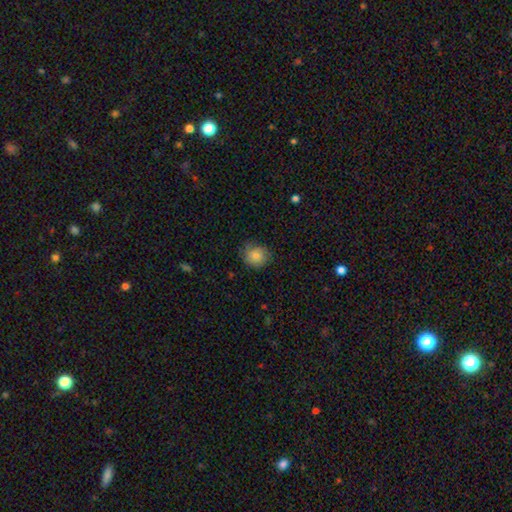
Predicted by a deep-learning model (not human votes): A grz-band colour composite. It shows a smooth galaxy with no disk features (84%) that is round (82%). Merging: none (74%).